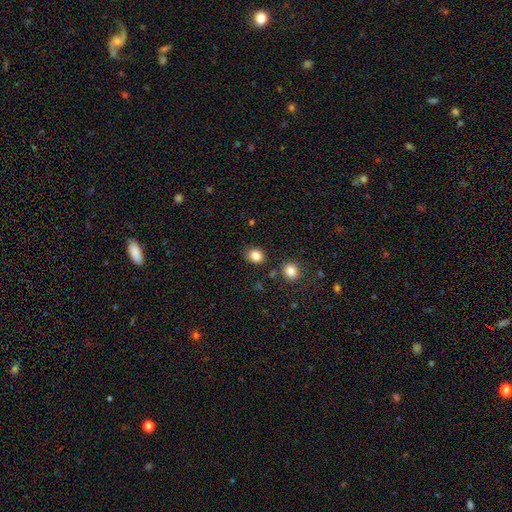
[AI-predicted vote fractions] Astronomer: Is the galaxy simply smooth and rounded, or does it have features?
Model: smooth — 85%.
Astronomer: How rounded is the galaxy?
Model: round — 62% (runner-up: in between, 37%).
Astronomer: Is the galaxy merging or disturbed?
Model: none — 81%.